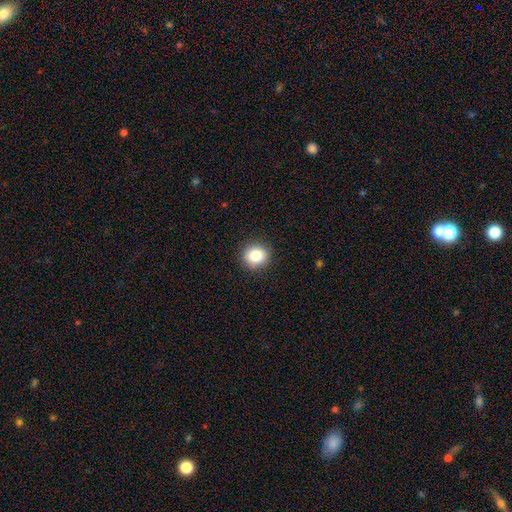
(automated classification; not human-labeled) Smooth or featured: smooth — 83% (star or artifact — 10%)
How rounded: round — 86% (in between — 13%)
Merging: none — 91% (minor disturbance — 6%)